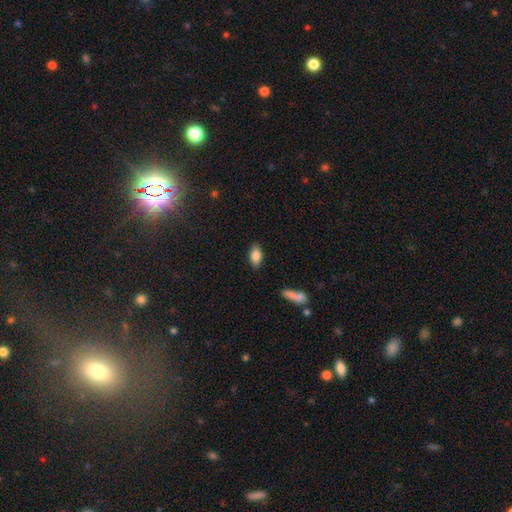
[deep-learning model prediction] Smooth or featured: smooth — 83% (featured or disk — 9%)
How rounded: in between — 90% (cigar-shaped — 6%)
Merging: none — 84% (minor disturbance — 12%)